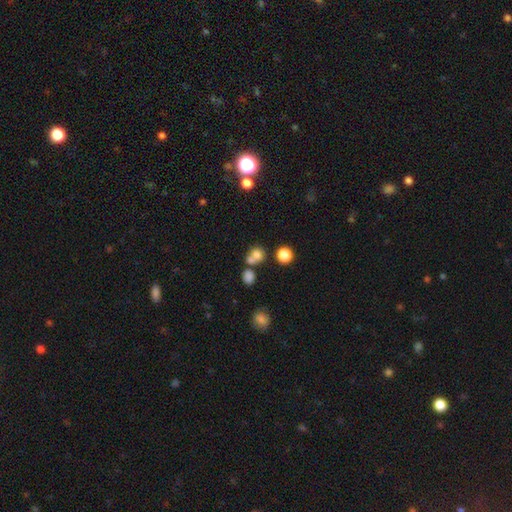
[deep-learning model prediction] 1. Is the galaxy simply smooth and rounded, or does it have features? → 73% smooth, 15% star or artifact, 11% featured or disk.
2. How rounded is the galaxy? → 76% round, 23% in between, 1% cigar-shaped.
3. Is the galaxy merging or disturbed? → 47% merger, 41% none, 8% minor disturbance, 5% major disturbance.